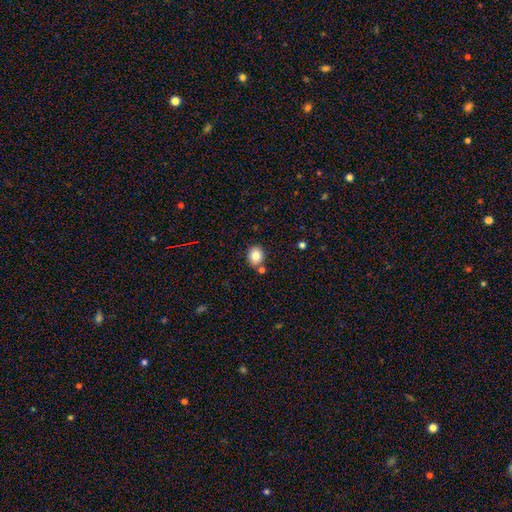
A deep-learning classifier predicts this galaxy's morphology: smooth_or_featured: smooth (p=0.82) [alt: star or artifact p=0.10]
how_rounded: round (p=0.56) [alt: in between p=0.43]
merging: none (p=0.78) [alt: minor disturbance p=0.11]